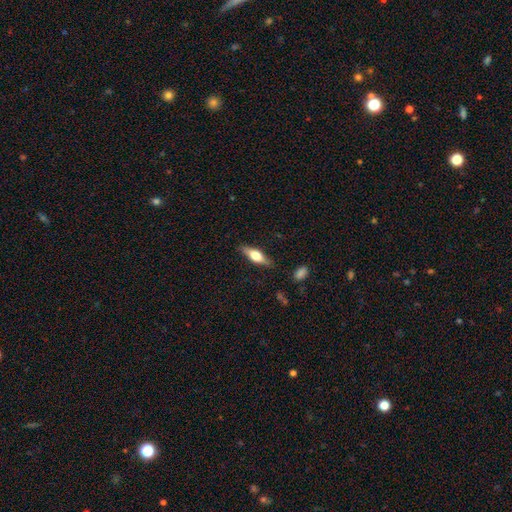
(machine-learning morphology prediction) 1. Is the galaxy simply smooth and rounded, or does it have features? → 49% smooth, 45% featured or disk, 6% star or artifact.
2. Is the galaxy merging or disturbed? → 83% none, 12% minor disturbance, 3% major disturbance, 1% merger.